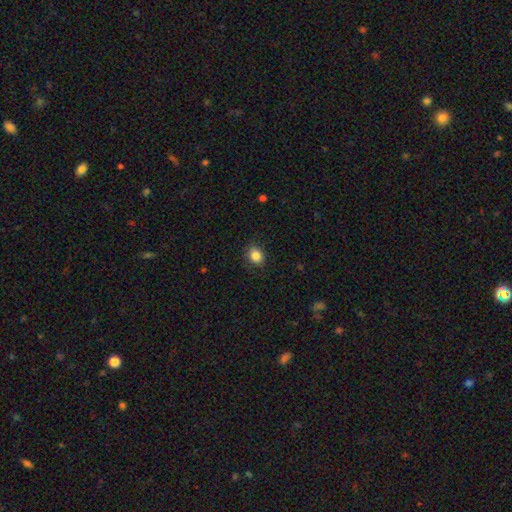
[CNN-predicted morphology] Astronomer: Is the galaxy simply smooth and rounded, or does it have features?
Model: smooth — 85%.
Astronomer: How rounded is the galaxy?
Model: round — 50% (runner-up: in between, 49%).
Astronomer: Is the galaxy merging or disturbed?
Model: none — 85%.